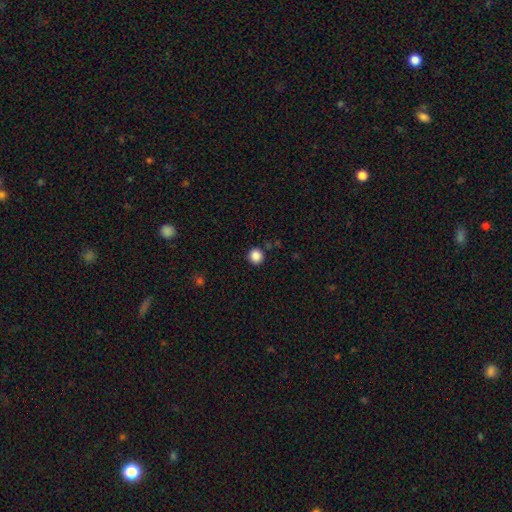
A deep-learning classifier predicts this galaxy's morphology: Overall: smooth (87%). How rounded: round (94%). Merging: none (90%).